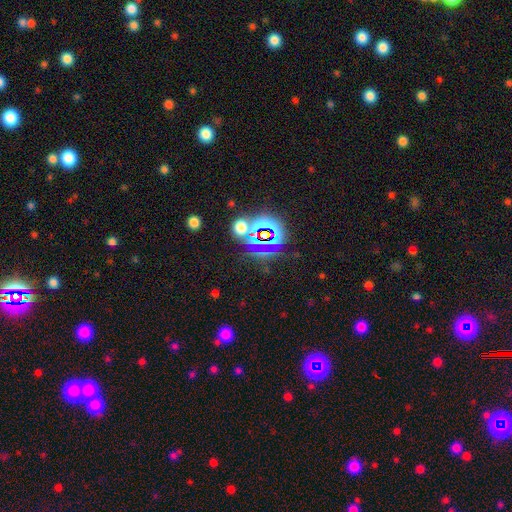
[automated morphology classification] Smooth or featured: star or artifact — 80% (smooth — 12%)